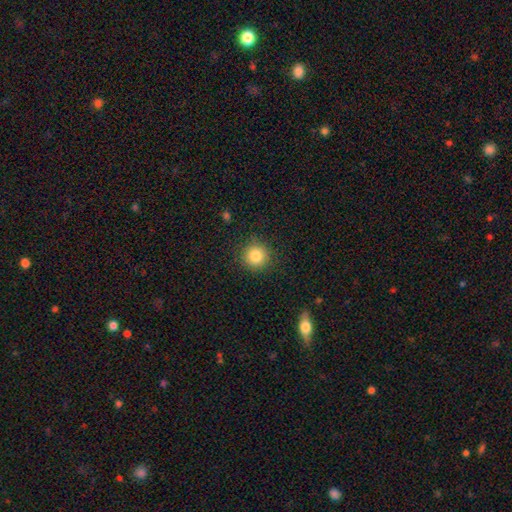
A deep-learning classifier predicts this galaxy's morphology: smooth_or_featured: smooth (p=0.84) [alt: star or artifact p=0.11]
how_rounded: round (p=0.94) [alt: in between p=0.05]
merging: none (p=0.89) [alt: minor disturbance p=0.07]